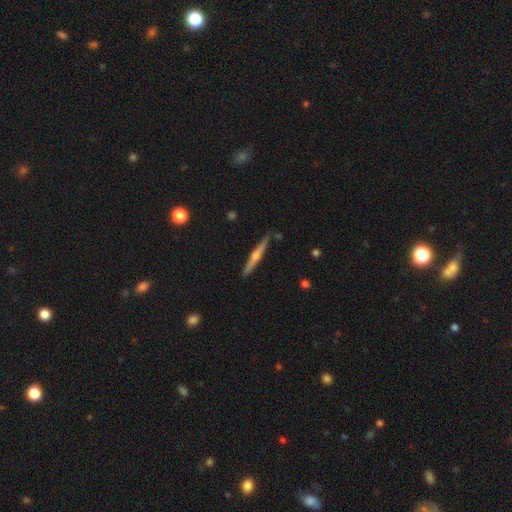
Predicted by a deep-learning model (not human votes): This is likely a featured or disk galaxy (69%). It is clearly viewed edge-on (98%). Edge-on bulge: clearly rounded (85%). Merging: clearly none (90%).